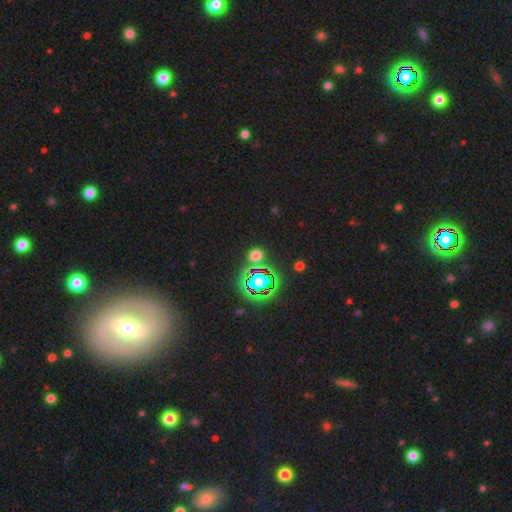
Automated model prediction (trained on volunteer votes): Smooth or featured? Predicted: smooth (p=0.52). How rounded? Predicted: round (p=0.73). Merging? Predicted: none (p=0.77).